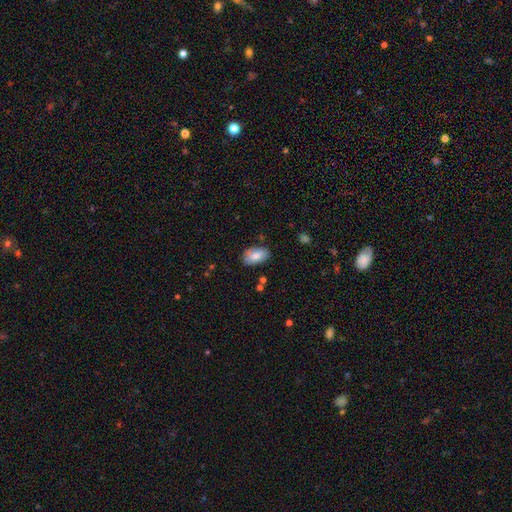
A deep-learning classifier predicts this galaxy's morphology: The model was most divided on "merging": none: 78%, minor disturbance: 16%, major disturbance: 3%, merger: 2%. More confident: how rounded — in between (93%); smooth or featured — smooth (79%).